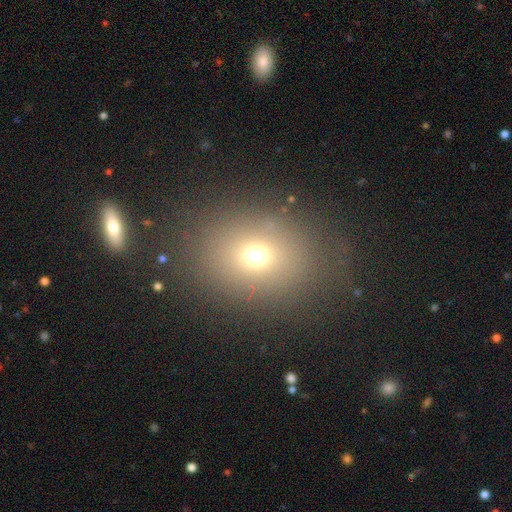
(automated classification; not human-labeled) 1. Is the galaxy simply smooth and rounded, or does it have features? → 67% smooth, 22% star or artifact, 11% featured or disk.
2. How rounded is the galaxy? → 59% round, 40% in between, 1% cigar-shaped.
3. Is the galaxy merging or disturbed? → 80% none, 10% minor disturbance, 7% major disturbance, 3% merger.